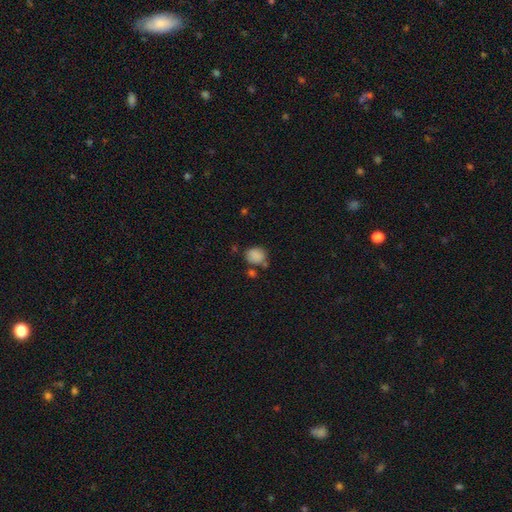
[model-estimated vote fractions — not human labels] smooth-or-featured: smooth: 84% | star or artifact: 10% | featured or disk: 6%
  how-rounded: round: 62% | in between: 37% | cigar-shaped: 1%
  merging: none: 62% | minor disturbance: 18% | merger: 14% | major disturbance: 6%